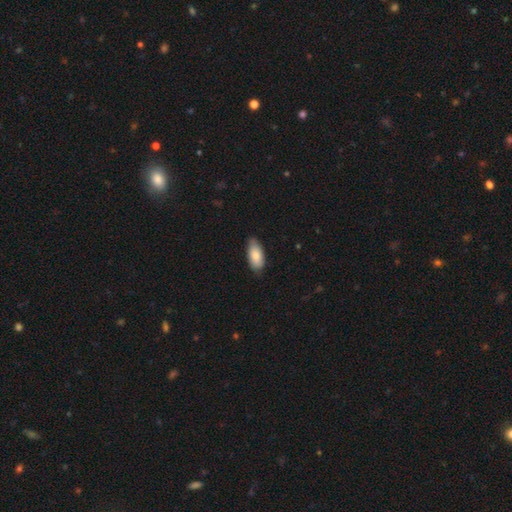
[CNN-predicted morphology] type=smooth (81%); roundness=in between (90%); merging=none (77%).